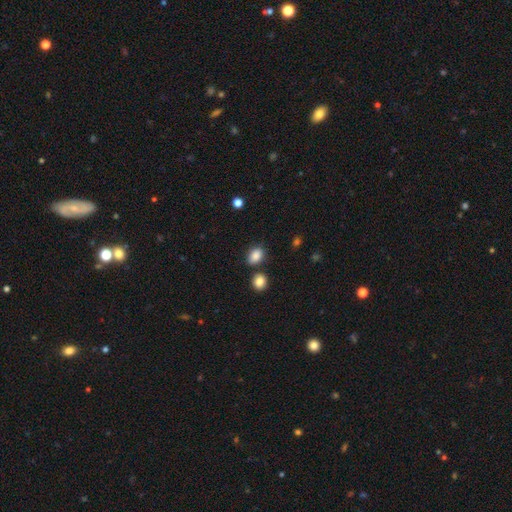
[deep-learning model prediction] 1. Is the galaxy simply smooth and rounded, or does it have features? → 87% smooth, 9% star or artifact, 4% featured or disk.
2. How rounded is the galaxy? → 71% in between, 28% round, 1% cigar-shaped.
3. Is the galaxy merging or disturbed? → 76% none, 13% minor disturbance, 8% merger, 3% major disturbance.